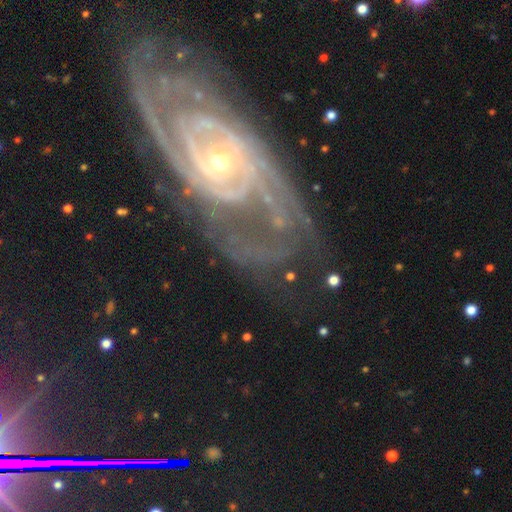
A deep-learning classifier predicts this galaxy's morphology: The model was most divided on "spiral arm count": 2: 36%, can't tell: 24%, 3: 14%, 4: 9%, more than 4: 9%, 1: 8%. More confident: spiral arms — yes (96%); edge-on disk — no (94%); smooth or featured — featured or disk (84%); merging — none (73%); bulge size — small (68%); spiral winding — tight (64%); bar — no (61%).